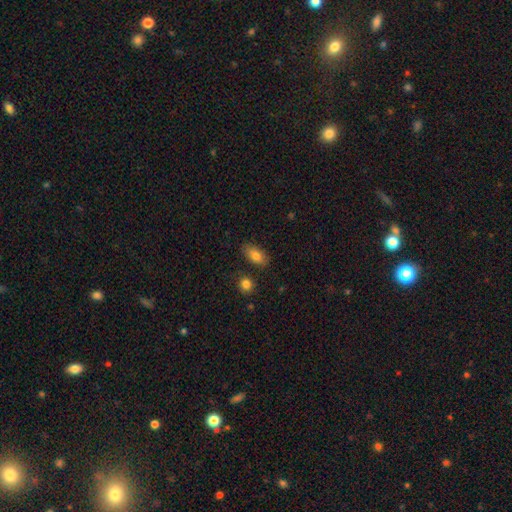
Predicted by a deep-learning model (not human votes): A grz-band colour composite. It shows a smooth galaxy with no disk features (81%) that is in between round and cigar-shaped (89%). Merging: none (83%).